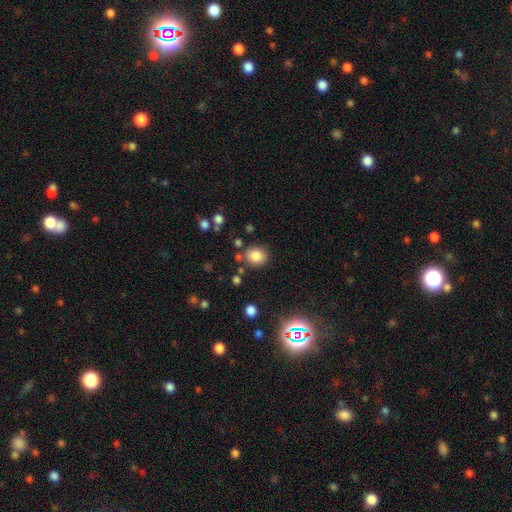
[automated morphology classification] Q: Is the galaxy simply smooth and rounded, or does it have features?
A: smooth — 82%.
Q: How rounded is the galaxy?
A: round — 71%.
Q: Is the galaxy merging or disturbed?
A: none — 80%.